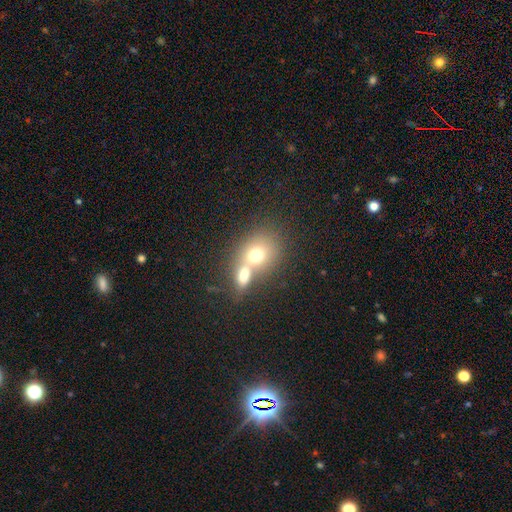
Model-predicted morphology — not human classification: Smooth or featured? smooth (69%)
How rounded? round (56%)
Merging? merger (68%)